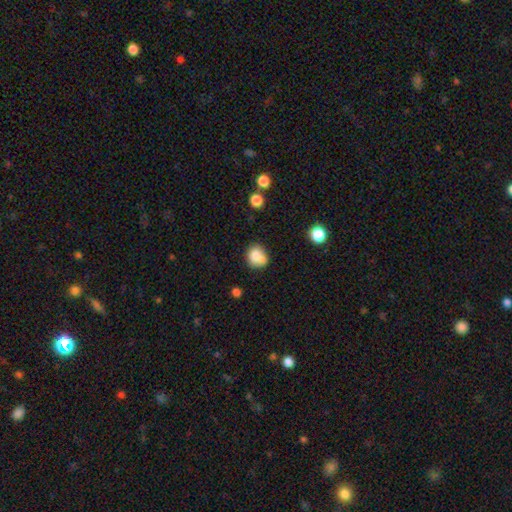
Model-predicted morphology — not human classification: This is likely a smooth galaxy (78%). How rounded: likely round (74%). Merging: possibly none (51%).